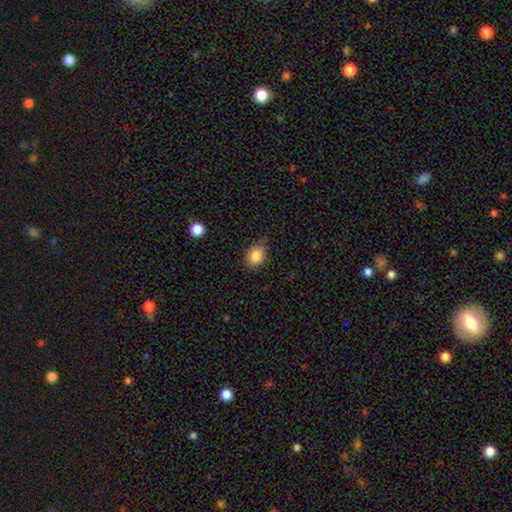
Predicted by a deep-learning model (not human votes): Morphology: type=smooth (86%); roundness=round (54%); merging=none (68%).